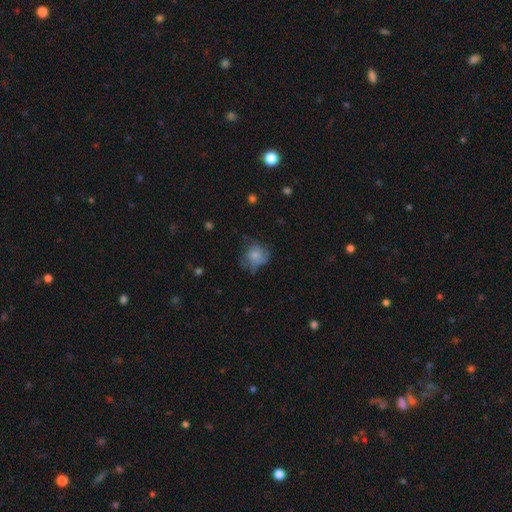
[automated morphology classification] A smooth galaxy with no disk features (70%) that is round (75%). Merging: none (47%).